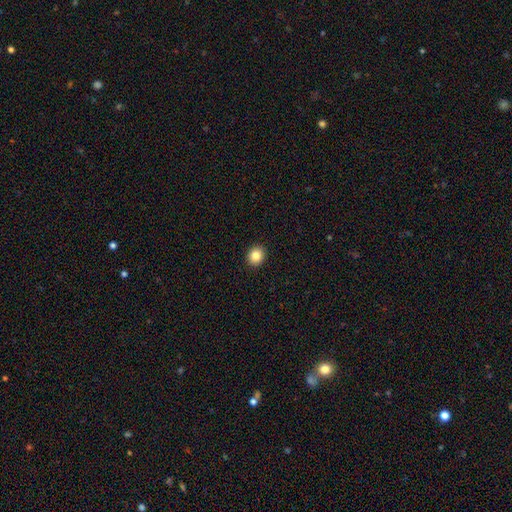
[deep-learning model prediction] Q: Smooth or featured?
A: smooth (84%); runner-up: star or artifact (10%)
Q: How rounded?
A: round (69%); runner-up: in between (30%)
Q: Merging?
A: none (93%); runner-up: minor disturbance (5%)